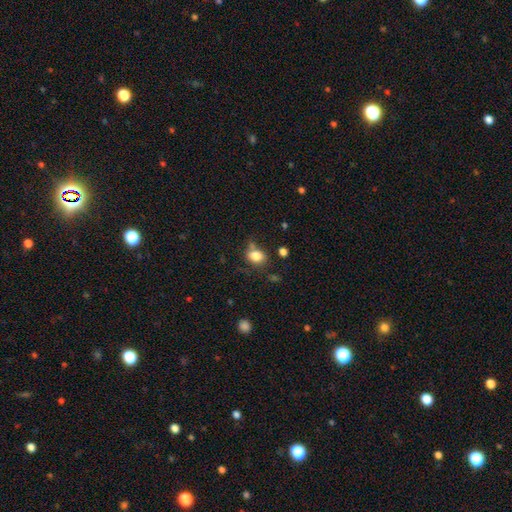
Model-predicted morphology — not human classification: This appears to be a smooth galaxy with no disk features (82%) that is in between round and cigar-shaped (60%). Merging: none (60%).